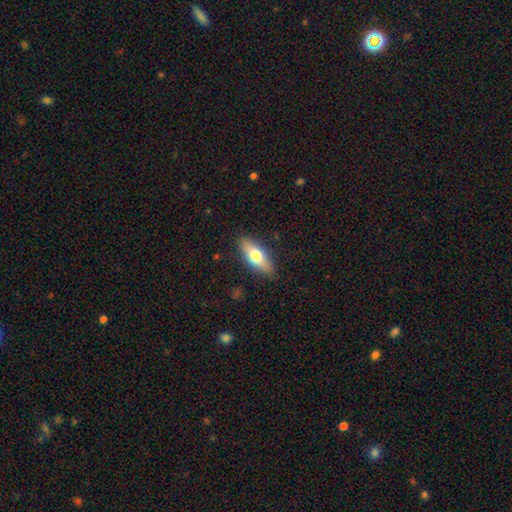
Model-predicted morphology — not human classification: Overall: smooth (64%; featured or disk 30%). How rounded: in between (68%; cigar-shaped 29%). Merging: none (87%).